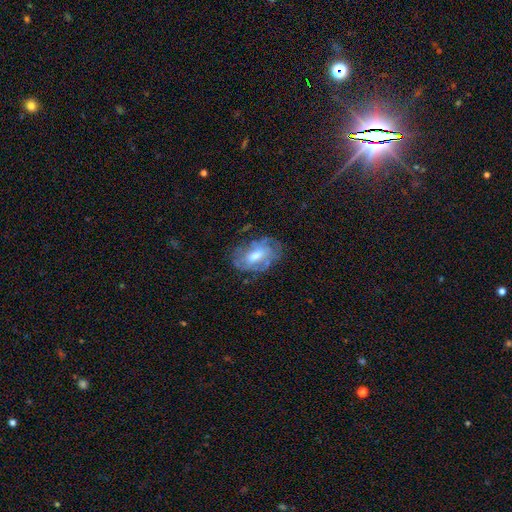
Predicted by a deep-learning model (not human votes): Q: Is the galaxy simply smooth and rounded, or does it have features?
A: featured or disk — 59%.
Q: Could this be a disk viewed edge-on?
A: no — 94%.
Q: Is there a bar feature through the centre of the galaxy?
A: no — 45%.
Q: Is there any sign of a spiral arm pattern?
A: yes — 64%.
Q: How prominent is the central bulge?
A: moderate — 61%.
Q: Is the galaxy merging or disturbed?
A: none — 64%.